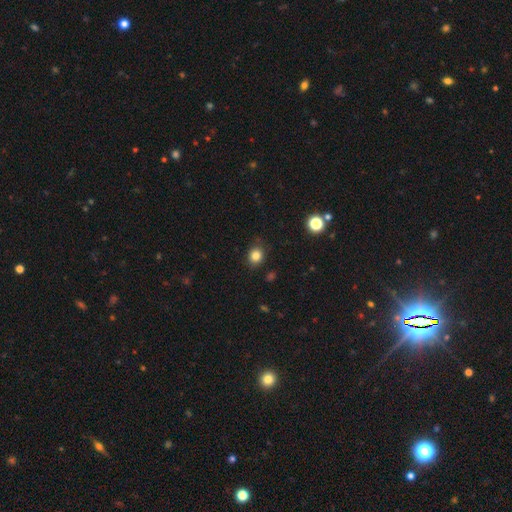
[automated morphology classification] Smooth or featured: smooth — 83% (star or artifact — 12%)
How rounded: round — 73% (in between — 26%)
Merging: none — 83% (minor disturbance — 12%)